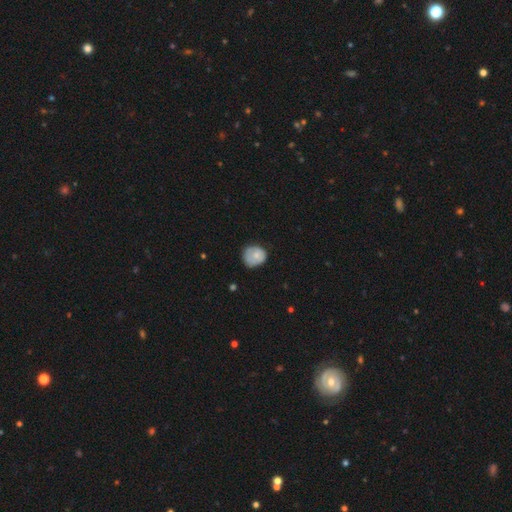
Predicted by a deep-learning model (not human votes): Morphology: type=smooth (70%); roundness=round (75%); merging=none (60%).